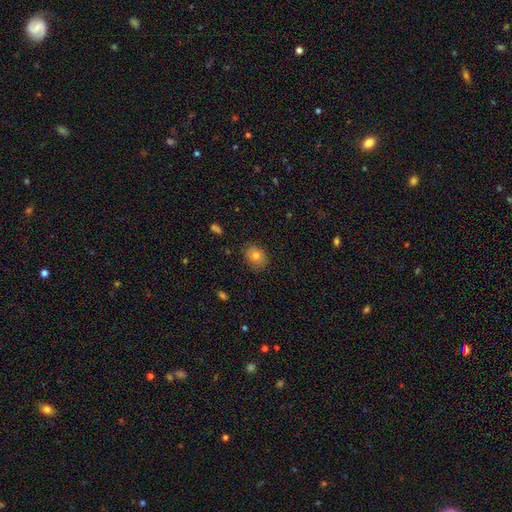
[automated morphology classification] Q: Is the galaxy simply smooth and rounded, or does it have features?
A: smooth — 77%.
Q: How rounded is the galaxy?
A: in between — 55%.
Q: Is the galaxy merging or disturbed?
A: none — 83%.